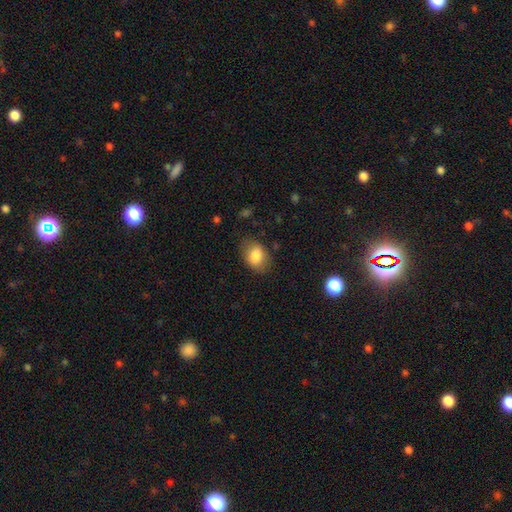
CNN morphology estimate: type=smooth (81%); roundness=in between (77%); merging=none (77%).